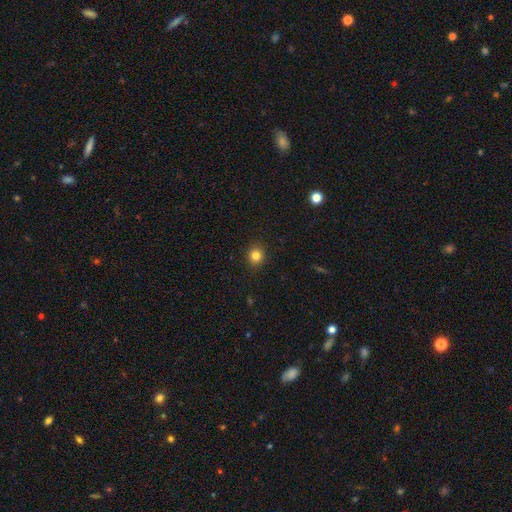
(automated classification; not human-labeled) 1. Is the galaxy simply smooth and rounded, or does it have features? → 83% smooth, 12% star or artifact, 5% featured or disk.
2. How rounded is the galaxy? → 88% round, 11% in between, 1% cigar-shaped.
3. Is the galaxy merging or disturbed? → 92% none, 5% minor disturbance, 2% major disturbance, 1% merger.